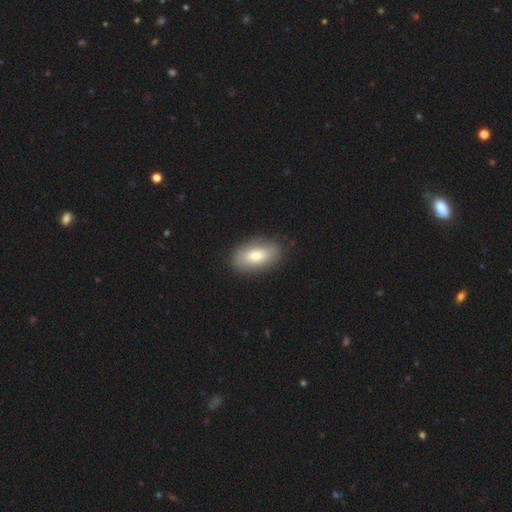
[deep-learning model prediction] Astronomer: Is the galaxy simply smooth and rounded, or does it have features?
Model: smooth — 76%.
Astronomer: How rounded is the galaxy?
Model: in between — 91%.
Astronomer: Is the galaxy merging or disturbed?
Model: none — 87%.